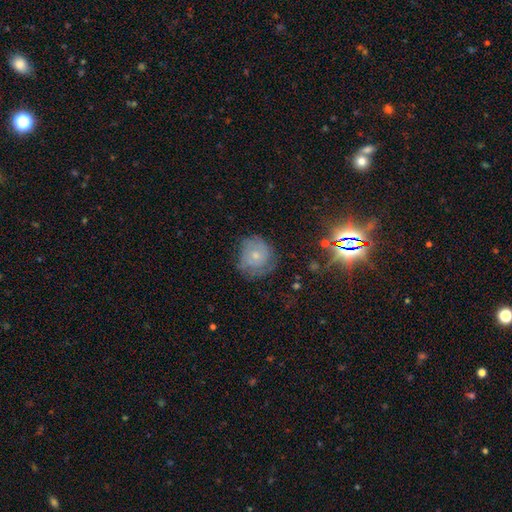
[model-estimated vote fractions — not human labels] This appears to be a smooth galaxy with no disk features (48%). Merging: none (59%).